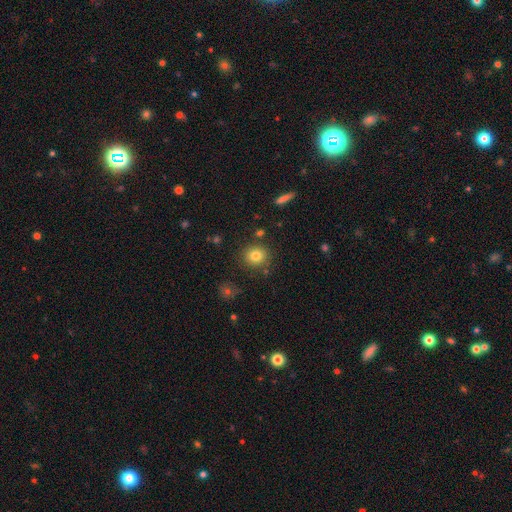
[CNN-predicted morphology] Smooth or featured? smooth (81%)
How rounded? round (86%)
Merging? none (85%)